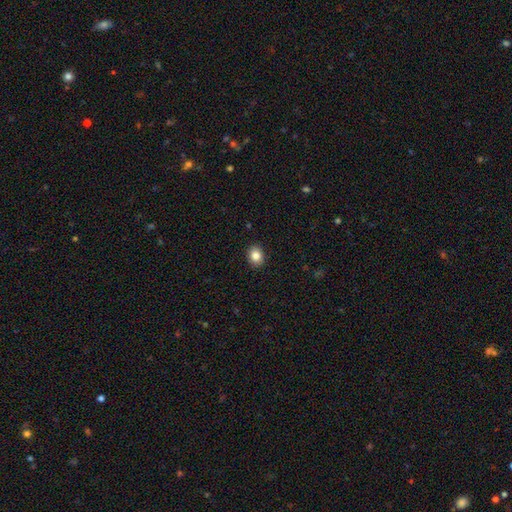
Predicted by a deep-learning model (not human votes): smooth-or-featured: smooth: 85% | star or artifact: 10% | featured or disk: 6%
  how-rounded: in between: 51% | round: 48% | cigar-shaped: 1%
  merging: none: 91% | minor disturbance: 6% | major disturbance: 2% | merger: 1%